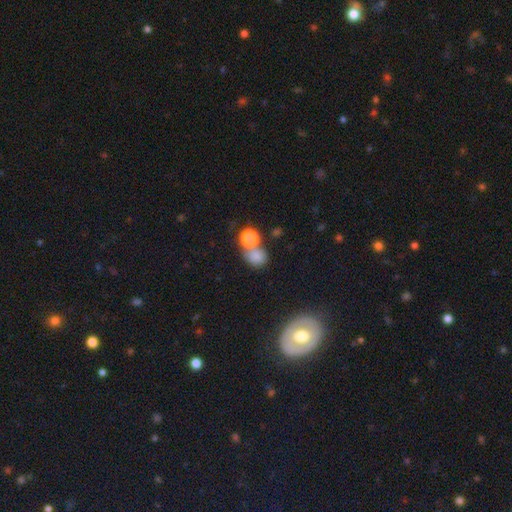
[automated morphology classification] Smooth or featured?
  - smooth: 78% *
  - star or artifact: 14%
  - featured or disk: 8%
How rounded?
  - round: 68% *
  - in between: 30%
  - cigar-shaped: 1%
Merging?
  - none: 42% * (tied)
  - merger: 42% * (tied)
  - minor disturbance: 10%
  - major disturbance: 6%